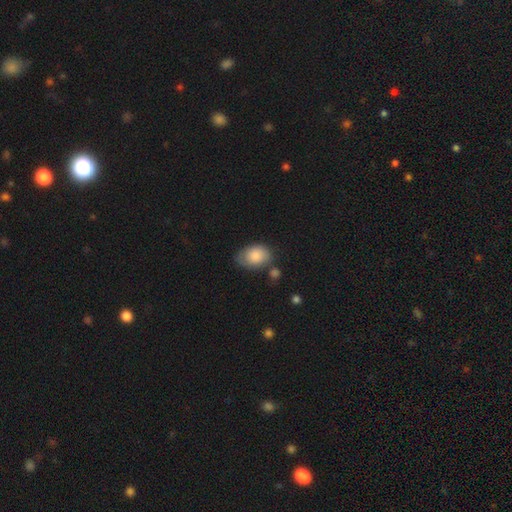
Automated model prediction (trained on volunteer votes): smooth_or_featured: smooth (p=0.83) [alt: featured or disk p=0.10]
how_rounded: in between (p=0.82) [alt: round p=0.17]
merging: none (p=0.55) [alt: minor disturbance p=0.27]